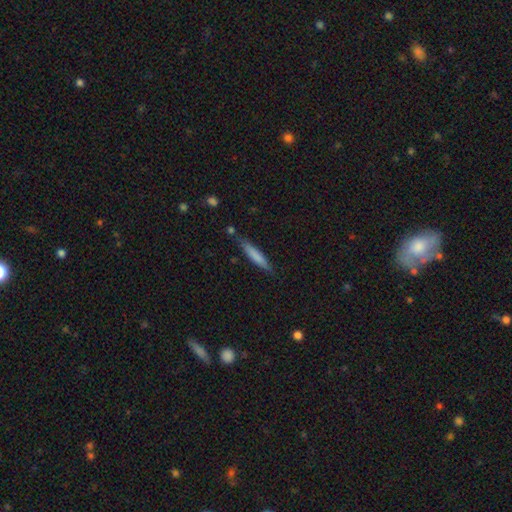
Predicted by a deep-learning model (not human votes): This appears to be a smooth galaxy with no disk features (75%) that is cigar-shaped (89%). Merging: none (77%).